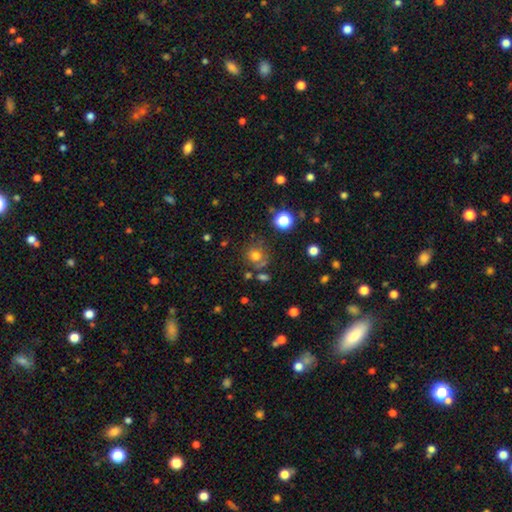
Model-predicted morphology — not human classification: A smooth galaxy with no disk features (72%) that is round (85%).

Vote fractions:
- Smooth or featured? smooth: 72% / star or artifact: 18% / featured or disk: 10%
- How rounded? round: 85% / in between: 14% / cigar-shaped: 1%
- Merging? none: 67% / minor disturbance: 15% / merger: 11% / major disturbance: 7%